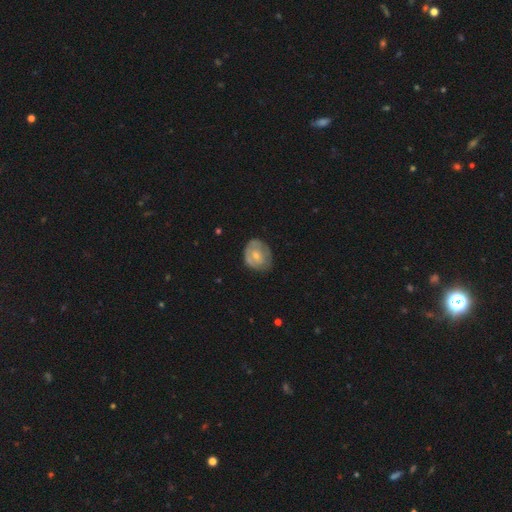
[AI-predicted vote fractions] This is possibly a smooth galaxy (52%). How rounded: possibly round (52%). Merging: likely none (62%).